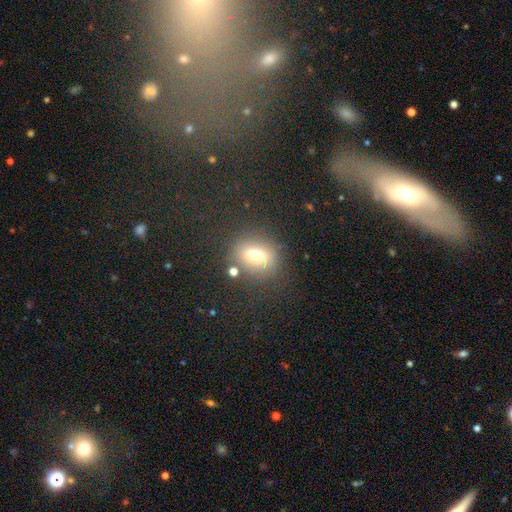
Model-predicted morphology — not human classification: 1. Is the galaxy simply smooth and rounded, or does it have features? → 70% smooth, 15% featured or disk, 15% star or artifact.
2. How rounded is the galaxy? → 57% in between, 40% round, 3% cigar-shaped.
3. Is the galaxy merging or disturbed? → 71% none, 15% minor disturbance, 7% major disturbance, 7% merger.